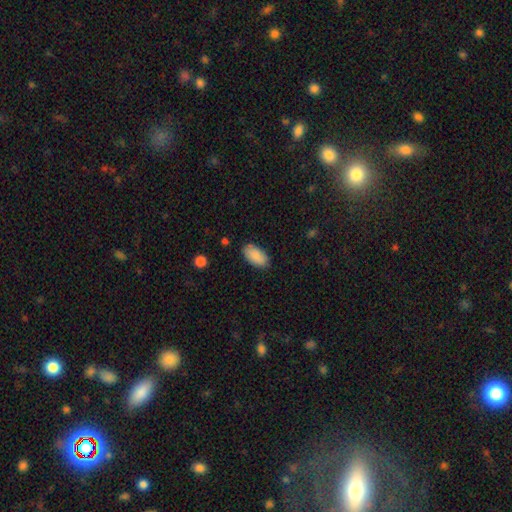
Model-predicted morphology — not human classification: This appears to be a smooth galaxy with no disk features (89%) that is in between round and cigar-shaped (95%). Merging: none (85%).